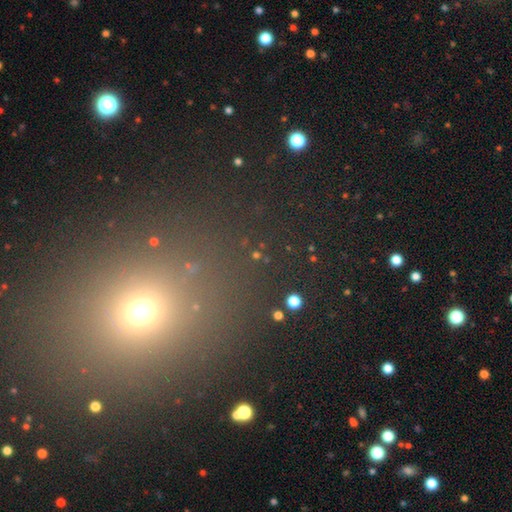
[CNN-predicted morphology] Smooth or featured? star or artifact (58%)